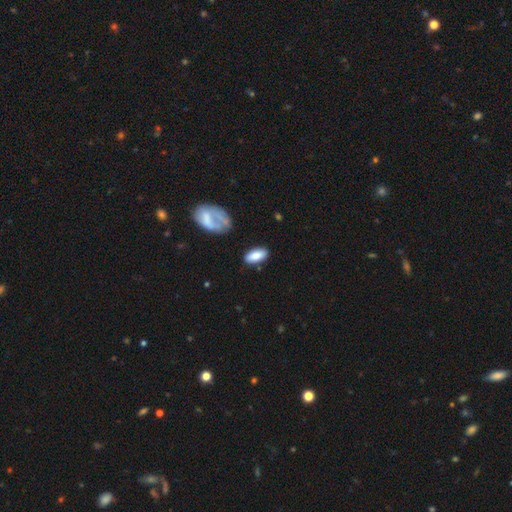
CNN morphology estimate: Smooth or featured? Predicted: smooth (p=0.83). How rounded? Predicted: in between (p=0.87). Merging? Predicted: none (p=0.80).